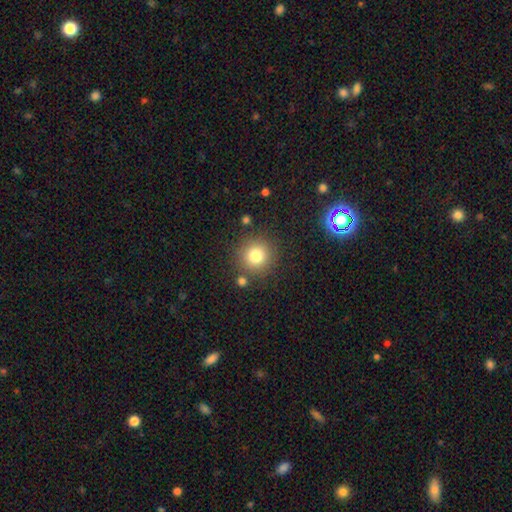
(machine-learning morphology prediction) smooth_or_featured: smooth (p=0.79) [alt: star or artifact p=0.12]
how_rounded: round (p=0.94) [alt: in between p=0.05]
merging: none (p=0.84) [alt: minor disturbance p=0.08]